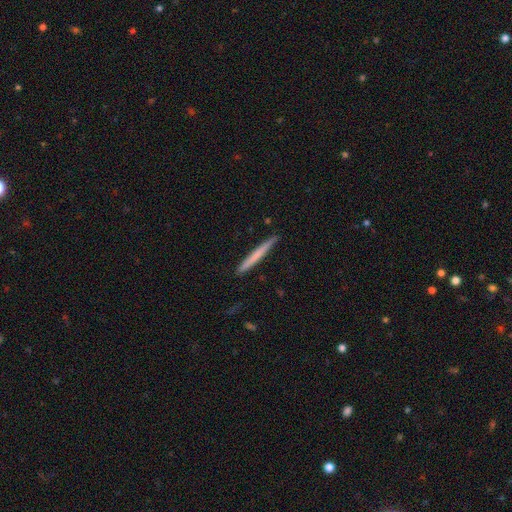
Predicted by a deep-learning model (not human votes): Q: Smooth or featured?
A: smooth (63%); runner-up: featured or disk (32%)
Q: How rounded?
A: cigar-shaped (97%); runner-up: in between (2%)
Q: Merging?
A: none (91%); runner-up: minor disturbance (6%)